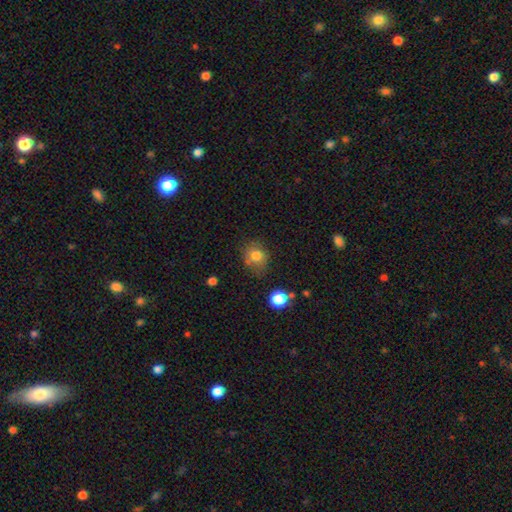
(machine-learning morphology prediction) The model was most divided on "merging": none: 67%, minor disturbance: 22%, major disturbance: 7%, merger: 4%. More confident: smooth or featured — smooth (78%); how rounded — round (73%).